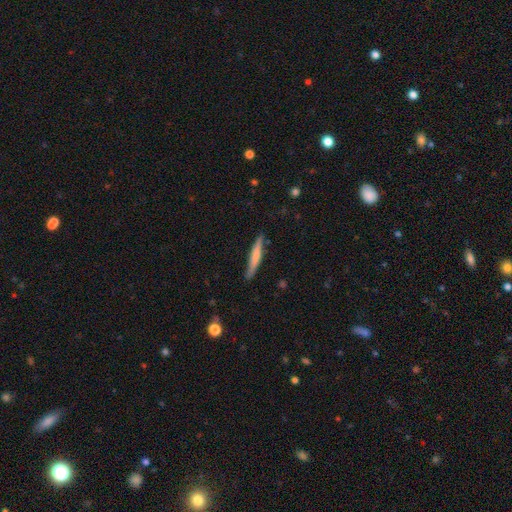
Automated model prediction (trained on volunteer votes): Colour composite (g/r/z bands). It shows a smooth galaxy with no disk features (63%) that is cigar-shaped (95%). Merging: none (84%).